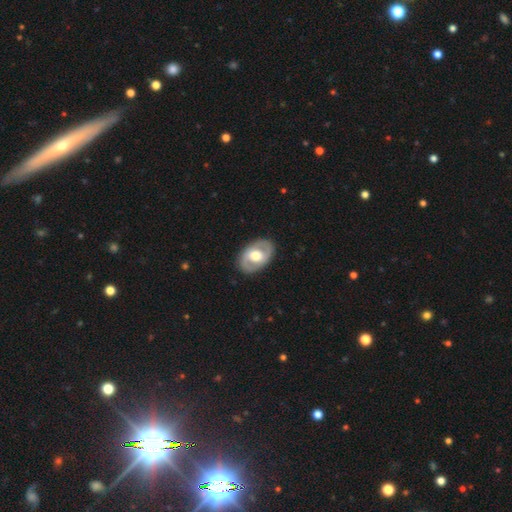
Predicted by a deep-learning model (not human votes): Smooth or featured: featured or disk — 65% (smooth — 30%)
Edge-on disk: no — 94% (yes — 6%)
Bar: no — 52% (weak — 33%)
Spiral arms: yes — 52% (no — 48%)
Bulge size: moderate — 67% (large — 24%)
Merging: none — 86% (minor disturbance — 10%)